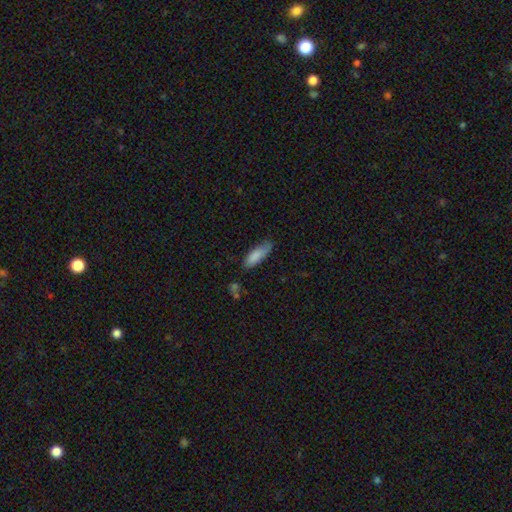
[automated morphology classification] type=smooth (85%); roundness=cigar-shaped (50%); merging=none (67%).